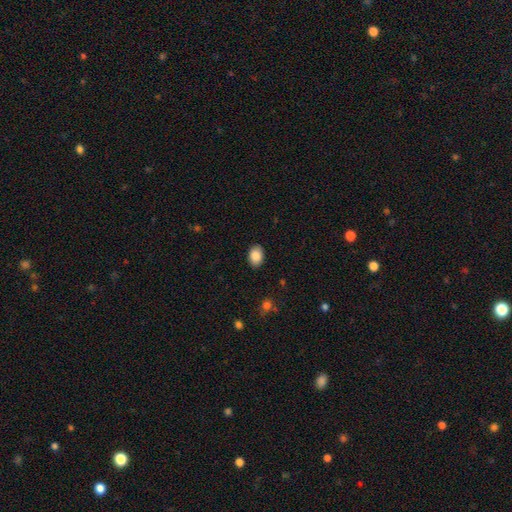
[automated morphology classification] type=smooth (88%); roundness=in between (80%); merging=none (88%).